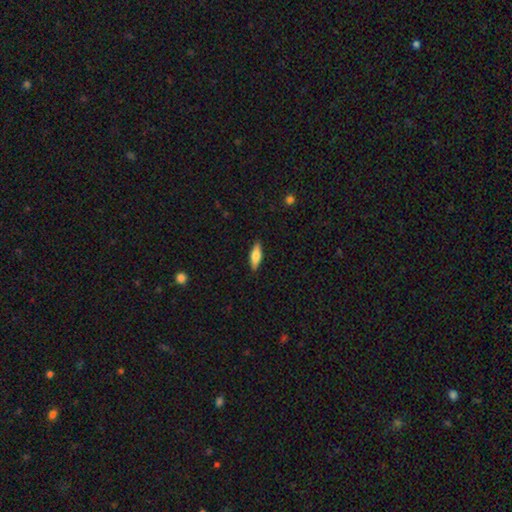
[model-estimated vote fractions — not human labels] Overall: smooth (68%). How rounded: in between (55%; cigar-shaped 42%). Merging: none (89%).